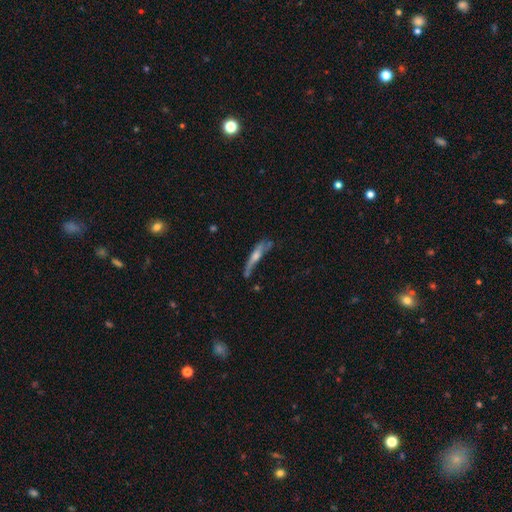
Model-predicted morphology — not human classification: featured or disk 56%, smooth 36%, star or artifact 8%. Down the decision tree: edge-on disk — yes (83%); merging — none (46%).